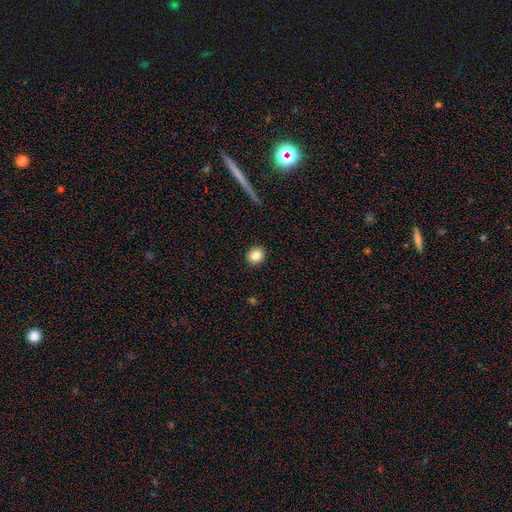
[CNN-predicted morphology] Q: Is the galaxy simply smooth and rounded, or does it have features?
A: smooth — 83%.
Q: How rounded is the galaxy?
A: round — 79%.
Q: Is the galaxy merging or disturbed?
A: none — 91%.